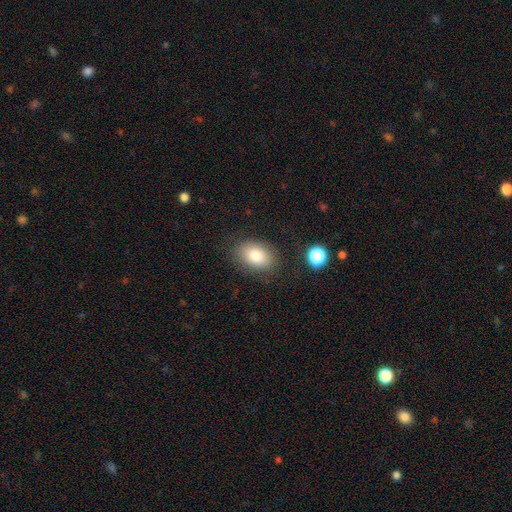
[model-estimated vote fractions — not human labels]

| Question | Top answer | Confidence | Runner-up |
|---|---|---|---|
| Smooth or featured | smooth | 82% | featured or disk (9%) |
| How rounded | in between | 83% | round (15%) |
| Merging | none | 84% | minor disturbance (11%) |